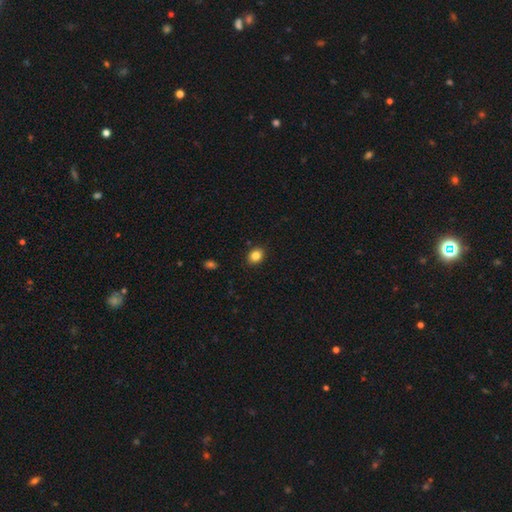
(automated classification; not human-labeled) Smooth or featured?
  - smooth: 84% *
  - star or artifact: 10%
  - featured or disk: 6%
How rounded?
  - round: 50% *
  - in between: 49%
  - cigar-shaped: 1%
Merging?
  - none: 89% *
  - minor disturbance: 8%
  - major disturbance: 2%
  - merger: 1%